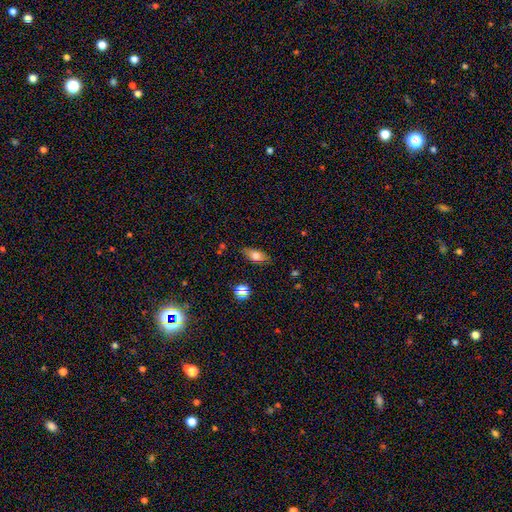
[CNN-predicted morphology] A smooth galaxy with no disk features (73%) that is in between round and cigar-shaped (82%).

Vote fractions:
- Smooth or featured? smooth: 73% / featured or disk: 17% / star or artifact: 10%
- How rounded? in between: 82% / cigar-shaped: 11% / round: 7%
- Merging? none: 81% / minor disturbance: 14% / major disturbance: 3% / merger: 2%